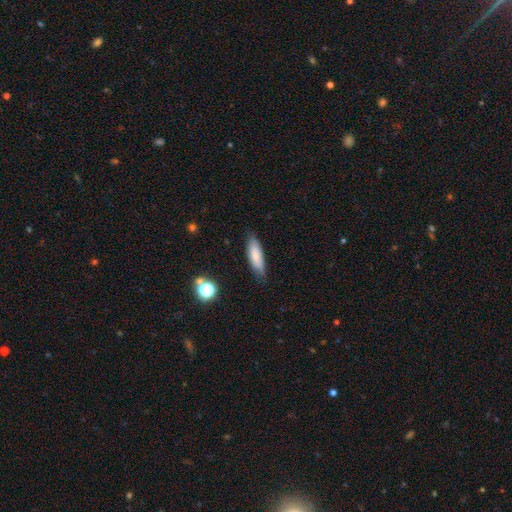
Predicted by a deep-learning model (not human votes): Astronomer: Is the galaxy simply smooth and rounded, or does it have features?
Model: smooth — 77%.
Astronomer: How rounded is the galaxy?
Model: cigar-shaped — 50% (runner-up: in between, 48%).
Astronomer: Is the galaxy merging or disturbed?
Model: none — 80%.